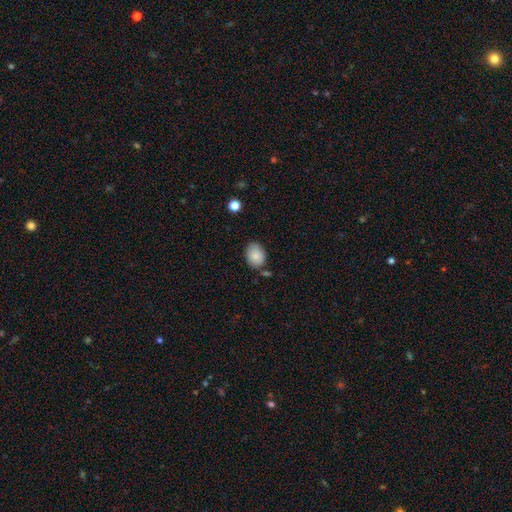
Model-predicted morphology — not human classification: smooth 87%, star or artifact 7%, featured or disk 6%. Down the decision tree: how rounded — in between (68%); merging — none (71%).